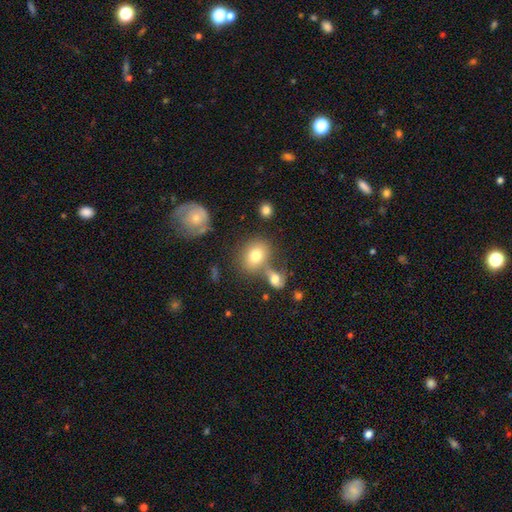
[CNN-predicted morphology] smooth_or_featured: smooth (p=0.76) [alt: featured or disk p=0.14]
how_rounded: round (p=0.56) [alt: in between p=0.42]
merging: none (p=0.51) [alt: merger p=0.30]